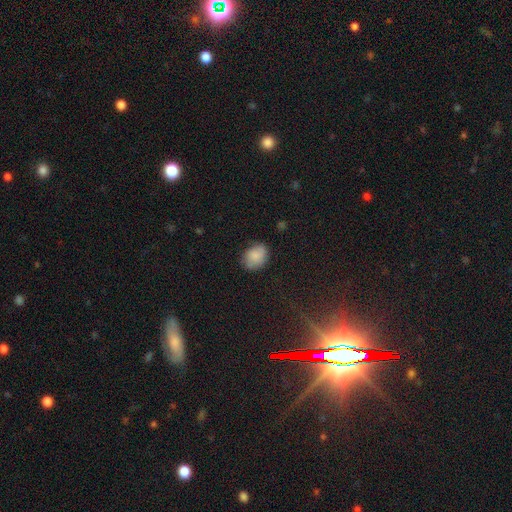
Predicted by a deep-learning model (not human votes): smooth 82%, featured or disk 10%, star or artifact 8%. Down the decision tree: how rounded — in between (59%); merging — none (76%).